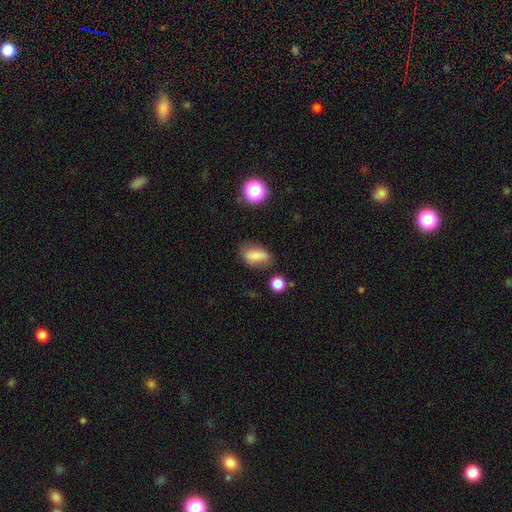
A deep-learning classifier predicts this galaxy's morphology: Overall: smooth (77%). How rounded: in between (82%). Merging: none (67%).